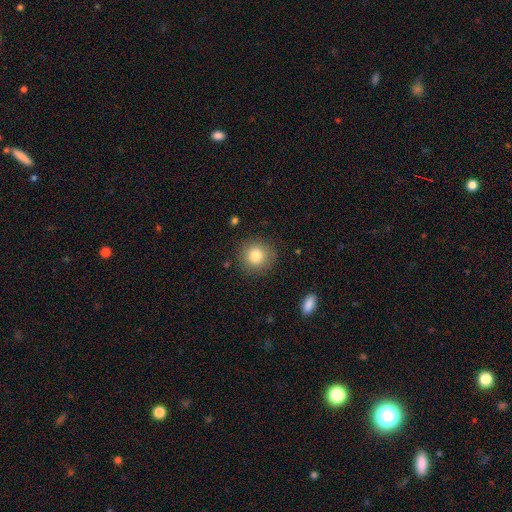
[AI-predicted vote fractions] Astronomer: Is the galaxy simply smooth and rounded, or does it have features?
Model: smooth — 81%.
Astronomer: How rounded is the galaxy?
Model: round — 91%.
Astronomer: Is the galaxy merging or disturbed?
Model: none — 87%.